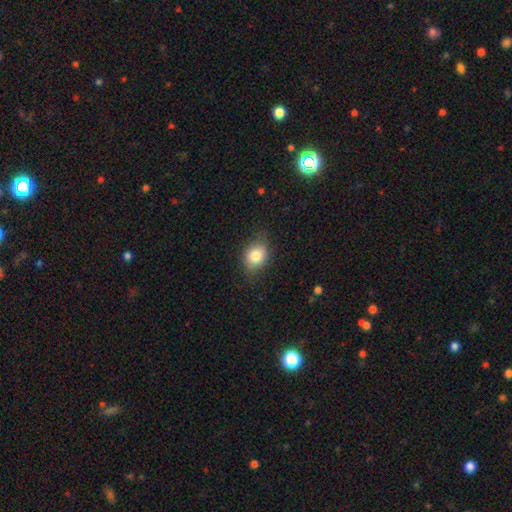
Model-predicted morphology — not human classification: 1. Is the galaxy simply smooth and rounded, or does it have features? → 80% smooth, 11% featured or disk, 9% star or artifact.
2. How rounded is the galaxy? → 58% in between, 41% round, 1% cigar-shaped.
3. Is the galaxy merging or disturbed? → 73% none, 21% minor disturbance, 5% major disturbance, 1% merger.